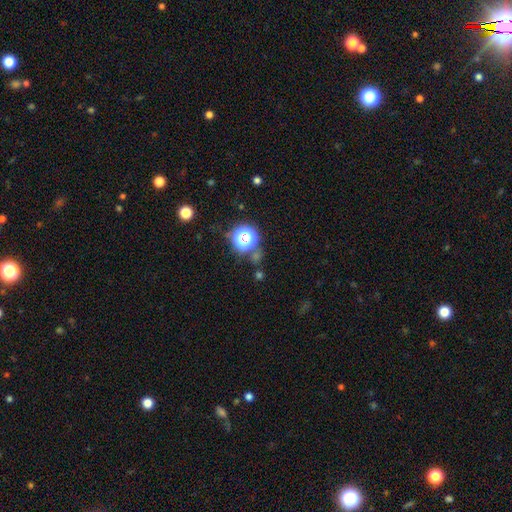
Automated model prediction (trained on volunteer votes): star or artifact 64%, smooth 27%, featured or disk 8%.